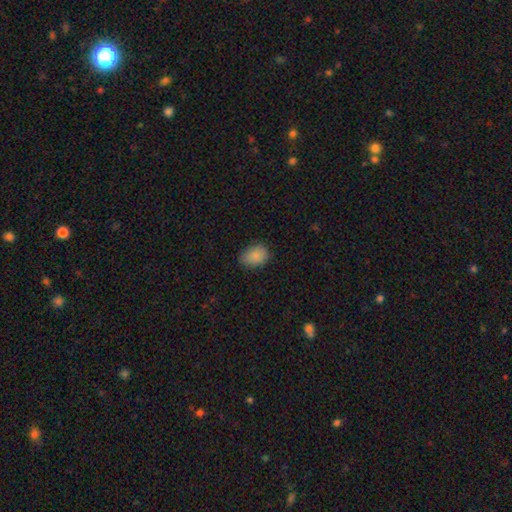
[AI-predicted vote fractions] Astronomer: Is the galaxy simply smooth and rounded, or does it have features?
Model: smooth — 87%.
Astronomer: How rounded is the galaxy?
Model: in between — 76%.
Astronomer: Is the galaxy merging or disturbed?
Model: none — 76%.